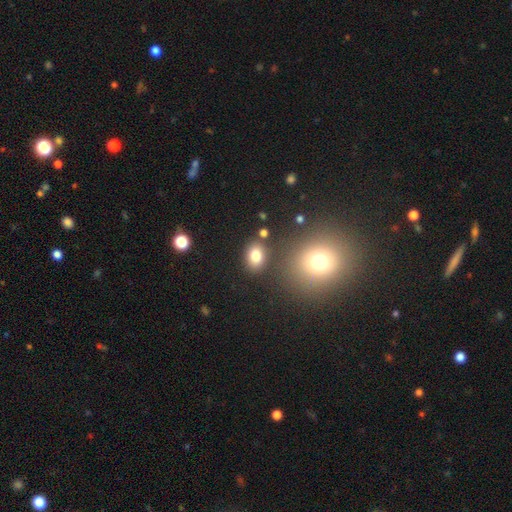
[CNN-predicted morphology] smooth 80%, star or artifact 12%, featured or disk 9%. Down the decision tree: how rounded — in between (68%); merging — none (80%).